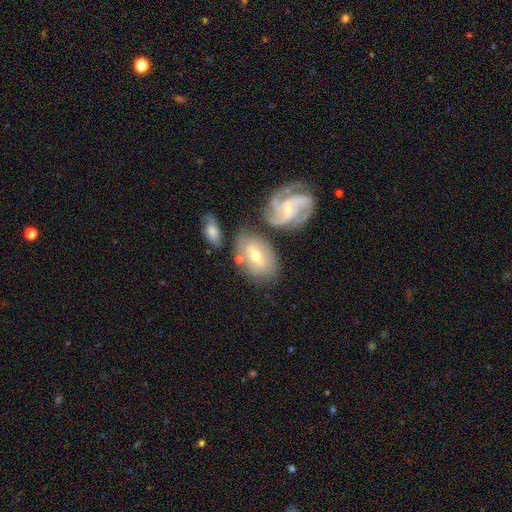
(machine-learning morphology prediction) Overall: featured or disk (62%; smooth 31%). Edge-on disk: no (92%). Bar: weak (44%; no 38%). Spiral arms: yes (82%). Bulge size: moderate (51%; small 44%). Merging: none (61%).